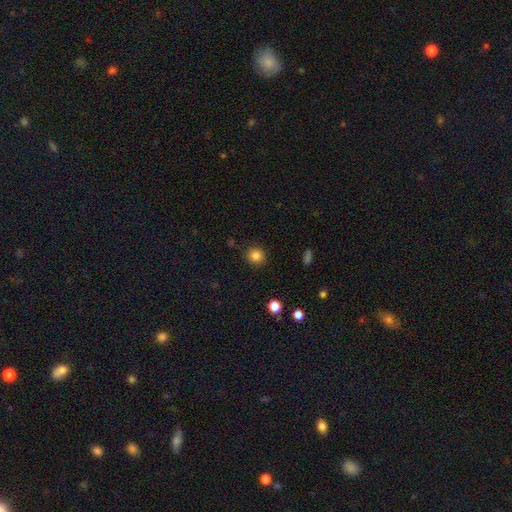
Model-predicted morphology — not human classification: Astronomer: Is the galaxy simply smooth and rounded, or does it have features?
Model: smooth — 84%.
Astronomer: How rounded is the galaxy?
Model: round — 89%.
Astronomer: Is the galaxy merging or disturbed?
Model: none — 90%.